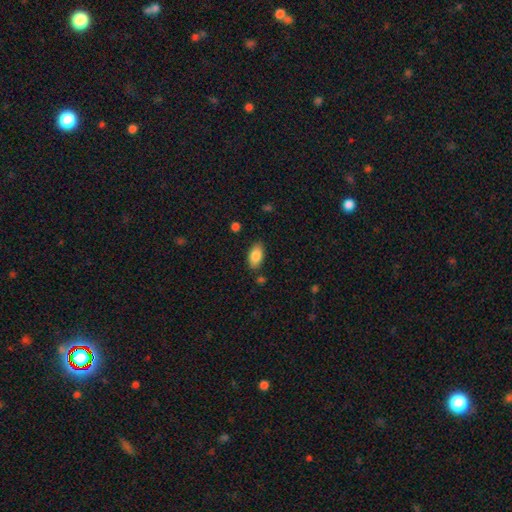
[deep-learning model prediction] Morphology: type=smooth (86%); roundness=in between (93%); merging=none (83%).